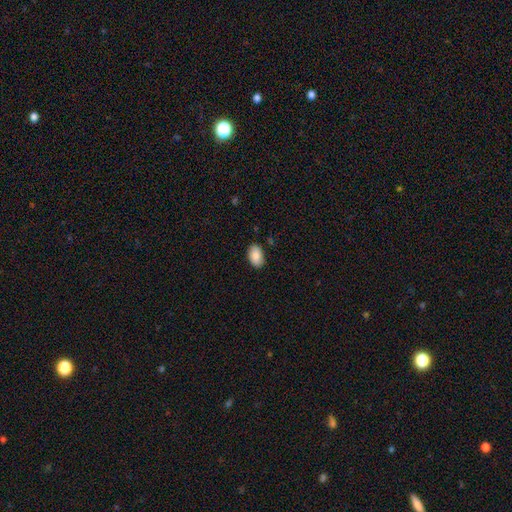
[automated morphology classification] type=smooth (87%); roundness=in between (93%); merging=none (86%).